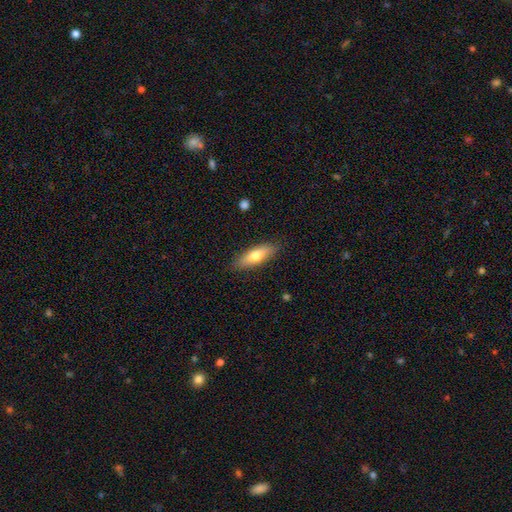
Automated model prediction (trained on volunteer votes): A smooth galaxy with no disk features (70%) that is in between round and cigar-shaped (53%). Merging: none (86%).